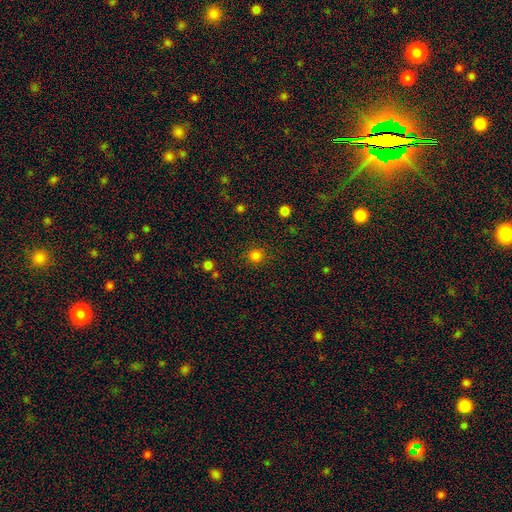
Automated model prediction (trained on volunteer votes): This appears to be a smooth galaxy with no disk features (81%) that is round (91%). Merging: none (86%).